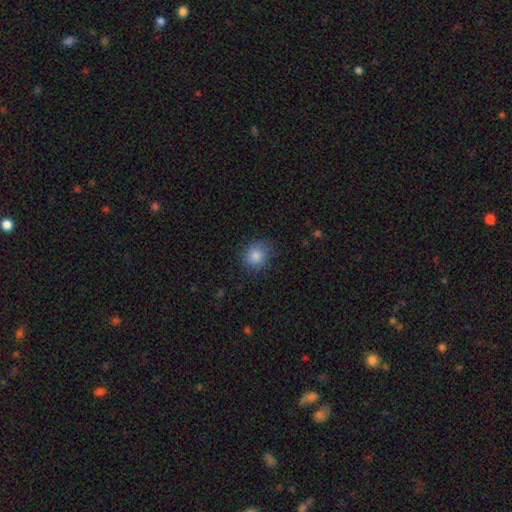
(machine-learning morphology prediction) Smooth or featured? Predicted: smooth (p=0.85). How rounded? Predicted: round (p=0.80). Merging? Predicted: none (p=0.82).